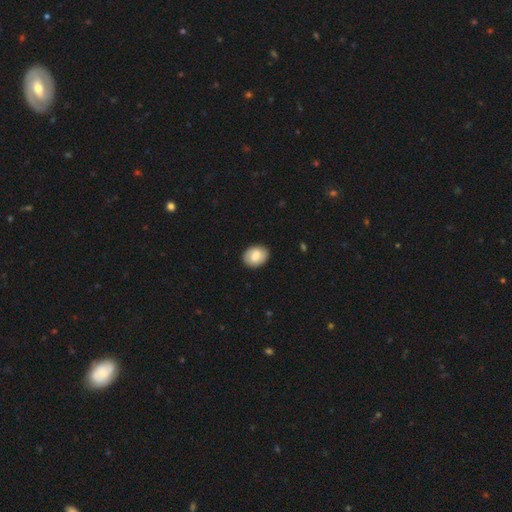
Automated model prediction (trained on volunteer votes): smooth-or-featured: smooth: 78% | featured or disk: 16% | star or artifact: 7%
  how-rounded: in between: 63% | round: 36% | cigar-shaped: 1%
  merging: none: 89% | minor disturbance: 8% | major disturbance: 2% | merger: 1%